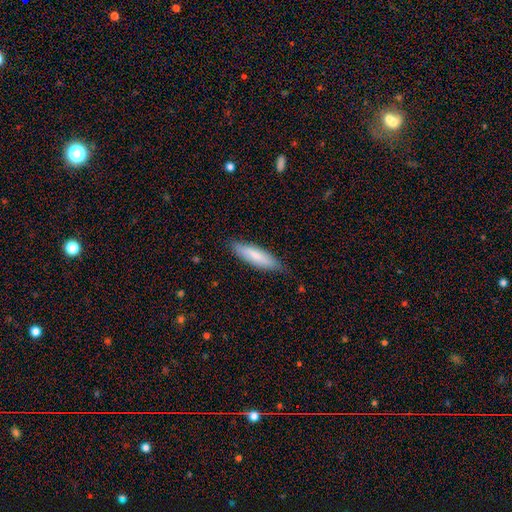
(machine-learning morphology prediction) type=smooth (75%); roundness=cigar-shaped (65%); merging=none (83%).